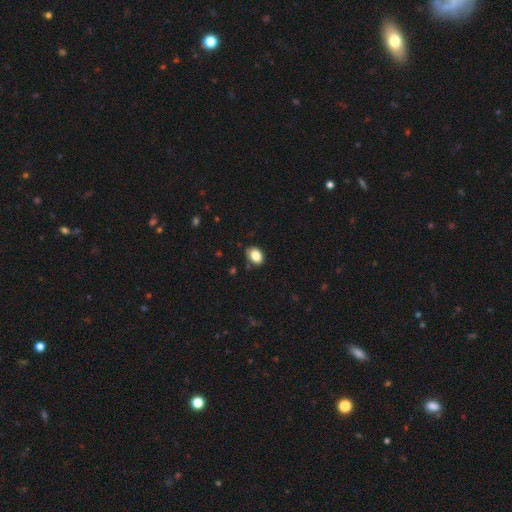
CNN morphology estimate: Smooth or featured? smooth (85%)
How rounded? in between (78%)
Merging? none (85%)